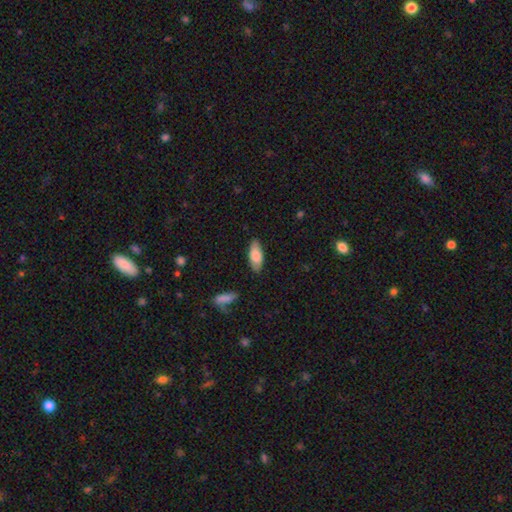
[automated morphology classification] Smooth or featured? Predicted: smooth (p=0.82). How rounded? Predicted: in between (p=0.82). Merging? Predicted: none (p=0.83).